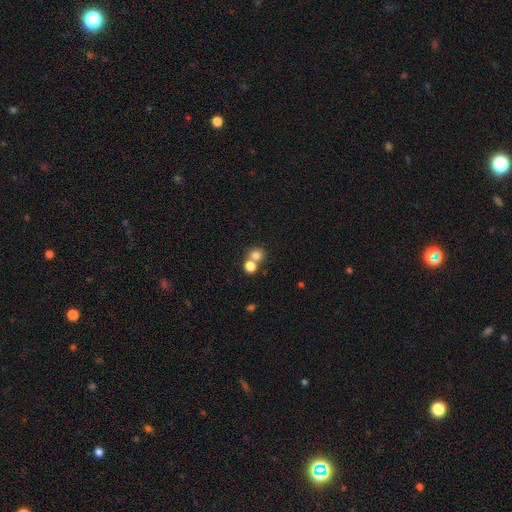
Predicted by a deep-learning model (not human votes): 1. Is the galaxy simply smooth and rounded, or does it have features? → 78% smooth, 13% star or artifact, 9% featured or disk.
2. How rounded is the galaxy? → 81% round, 18% in between, 1% cigar-shaped.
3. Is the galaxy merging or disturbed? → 46% merger, 44% none, 6% minor disturbance, 3% major disturbance.